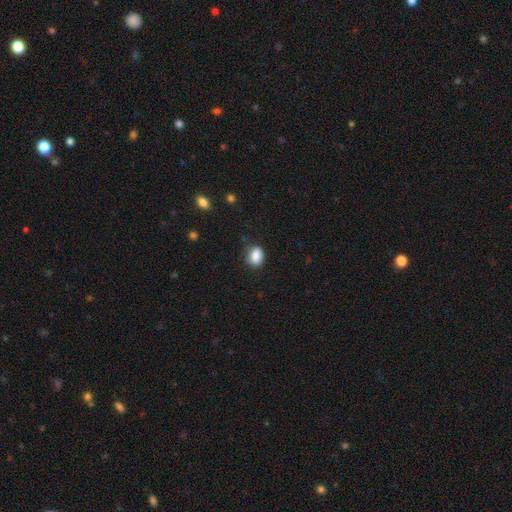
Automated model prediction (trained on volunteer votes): smooth 85%, star or artifact 8%, featured or disk 7%. Down the decision tree: how rounded — in between (69%); merging — none (73%).